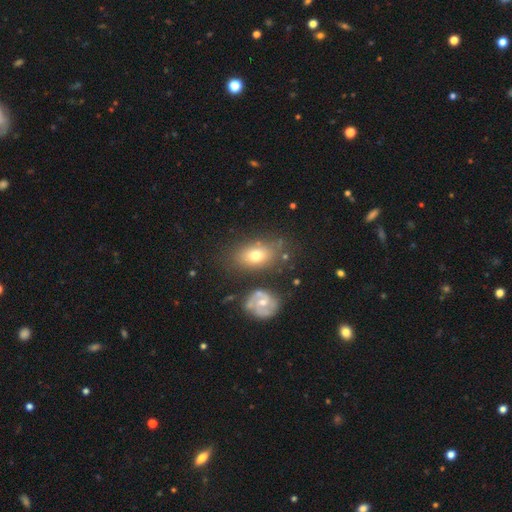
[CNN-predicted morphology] Overall: smooth (67%). How rounded: in between (81%). Merging: none (67%).